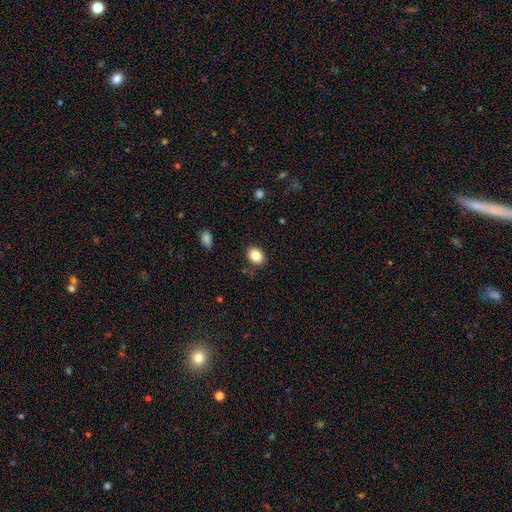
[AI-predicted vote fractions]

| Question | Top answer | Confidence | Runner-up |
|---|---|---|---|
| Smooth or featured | smooth | 85% | star or artifact (9%) |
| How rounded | in between | 54% | round (45%) |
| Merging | none | 86% | minor disturbance (10%) |